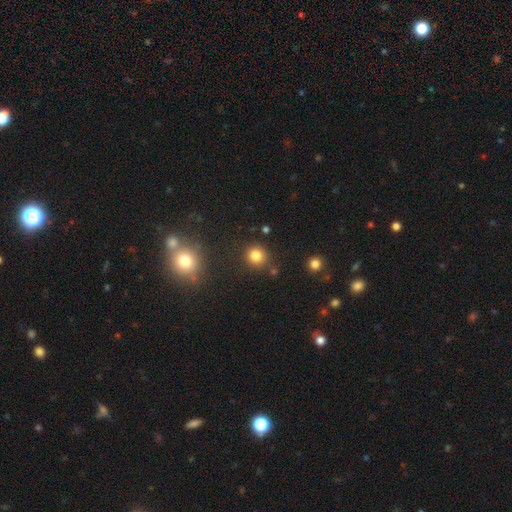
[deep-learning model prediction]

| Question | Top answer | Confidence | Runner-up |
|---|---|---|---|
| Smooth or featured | smooth | 82% | star or artifact (13%) |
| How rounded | round | 90% | in between (9%) |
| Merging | none | 85% | minor disturbance (8%) |